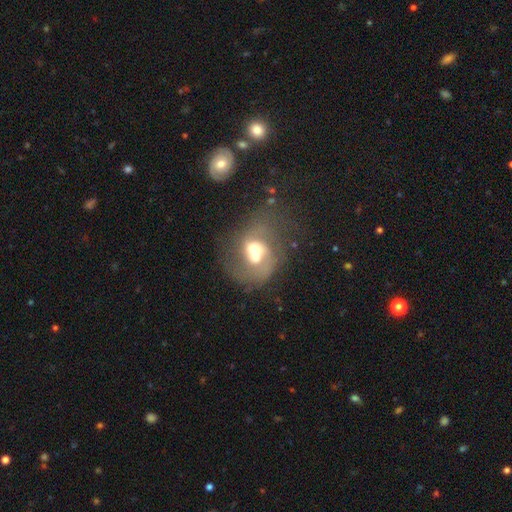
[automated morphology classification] featured or disk 62%, smooth 29%, star or artifact 10%. Down the decision tree: edge-on disk — no (97%); bar — no (60%); spiral arms — yes (63%); bulge size — moderate (54%); merging — merger (48%).